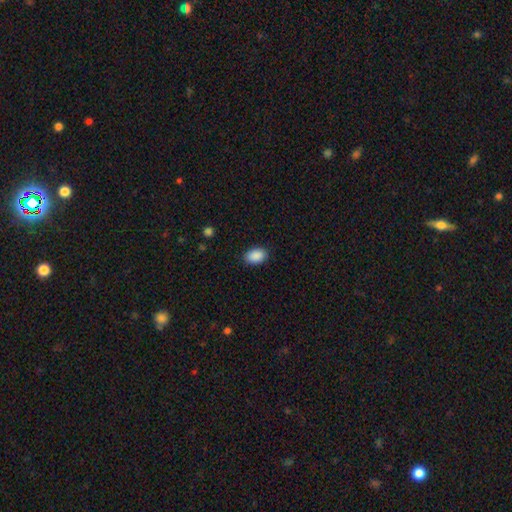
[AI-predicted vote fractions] The model was most divided on "how rounded": in between: 87%, round: 12%, cigar-shaped: 1%. More confident: smooth or featured — smooth (90%); merging — none (87%).